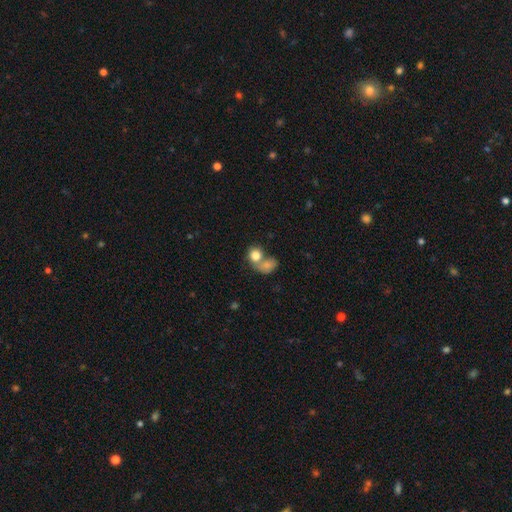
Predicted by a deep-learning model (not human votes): smooth 80%, featured or disk 11%, star or artifact 9%. Down the decision tree: how rounded — round (70%); merging — merger (57%).